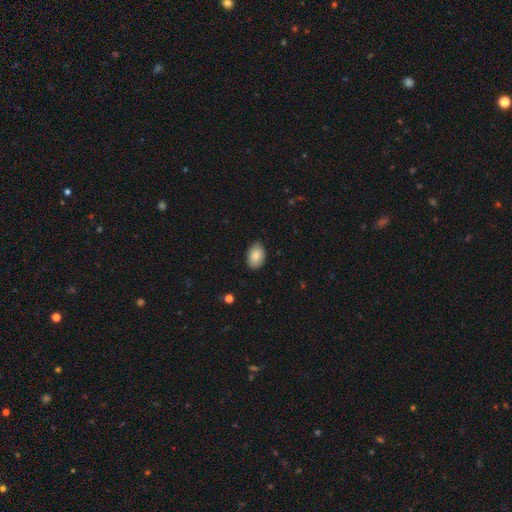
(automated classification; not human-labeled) Smooth or featured? smooth (86%)
How rounded? in between (88%)
Merging? none (84%)